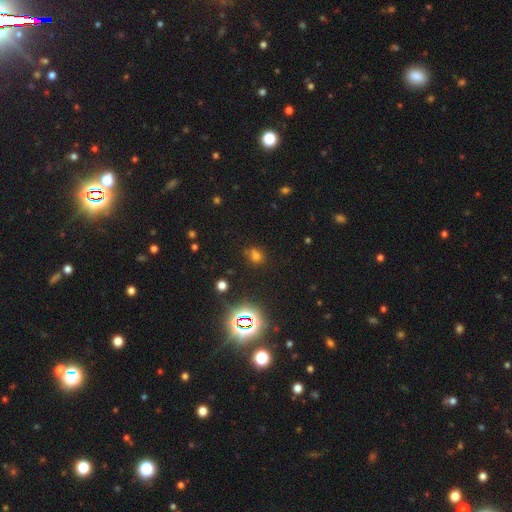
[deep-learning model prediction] A smooth galaxy with no disk features (56%) that is round (69%).

Vote fractions:
- Smooth or featured? smooth: 56% / star or artifact: 35% / featured or disk: 9%
- How rounded? round: 69% / in between: 30% / cigar-shaped: 1%
- Merging? none: 64% / merger: 18% / minor disturbance: 13% / major disturbance: 5%